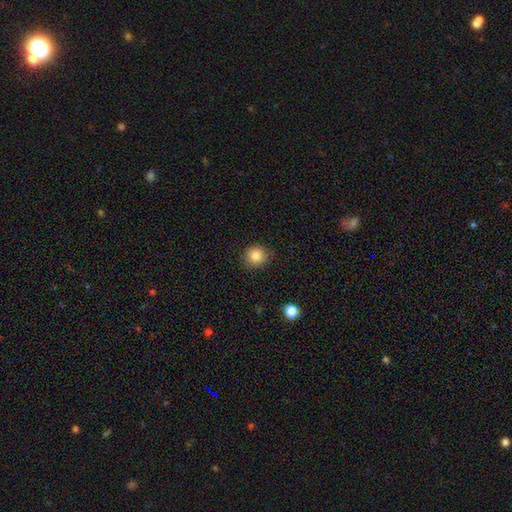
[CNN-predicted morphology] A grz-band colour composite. It shows a smooth galaxy with no disk features (84%) that is round (89%). Merging: none (88%).